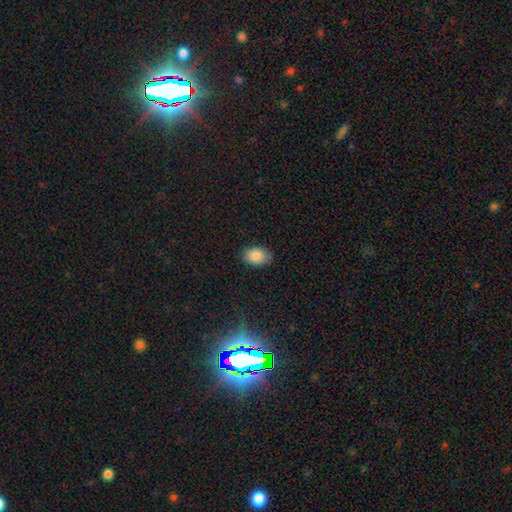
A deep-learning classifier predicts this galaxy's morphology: Smooth or featured: smooth — 87% (star or artifact — 8%)
How rounded: in between — 83% (round — 16%)
Merging: none — 83% (minor disturbance — 13%)